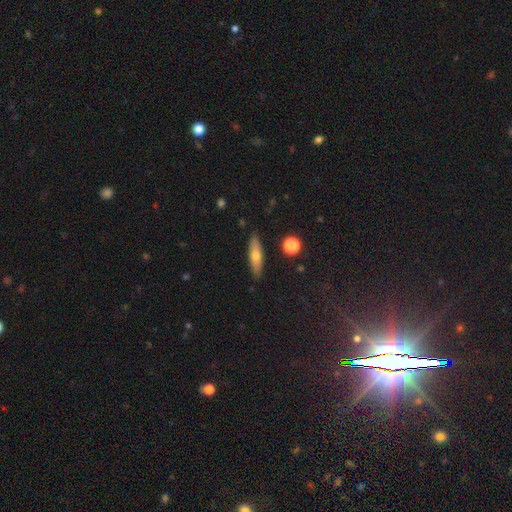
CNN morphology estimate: smooth_or_featured: smooth (p=0.60) [alt: featured or disk p=0.33]
how_rounded: cigar-shaped (p=0.66) [alt: in between p=0.31]
merging: none (p=0.87) [alt: minor disturbance p=0.09]